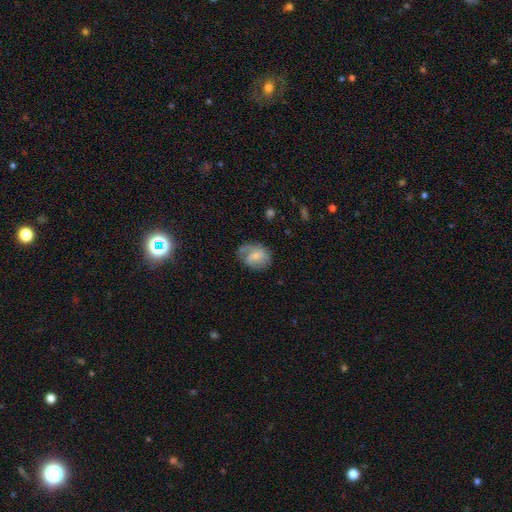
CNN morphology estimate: Smooth or featured: featured or disk — 51% (smooth — 41%)
Edge-on disk: no — 97% (yes — 3%)
Merging: none — 55% (minor disturbance — 26%)